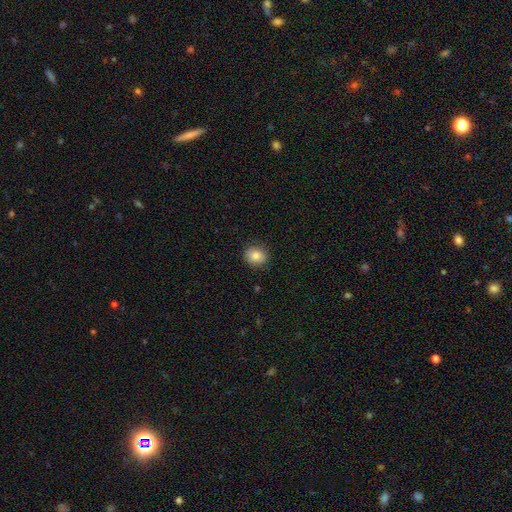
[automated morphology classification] Smooth or featured: smooth — 83% (star or artifact — 9%)
How rounded: round — 72% (in between — 27%)
Merging: none — 87% (minor disturbance — 10%)